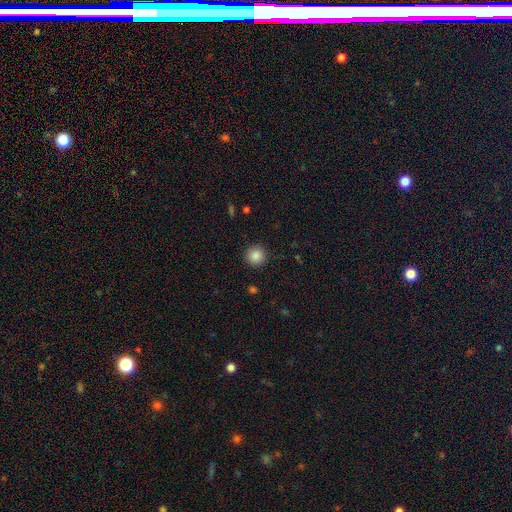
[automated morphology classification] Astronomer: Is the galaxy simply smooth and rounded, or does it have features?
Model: smooth — 86%.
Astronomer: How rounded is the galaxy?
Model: round — 94%.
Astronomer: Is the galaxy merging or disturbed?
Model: none — 91%.